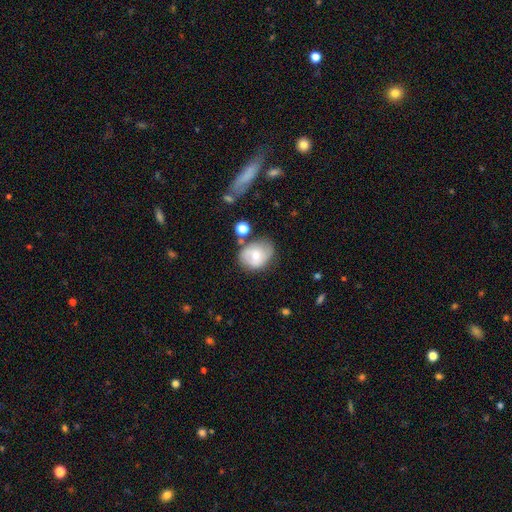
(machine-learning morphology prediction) Smooth or featured? smooth (51%)
How rounded? round (53%)
Merging? none (52%)